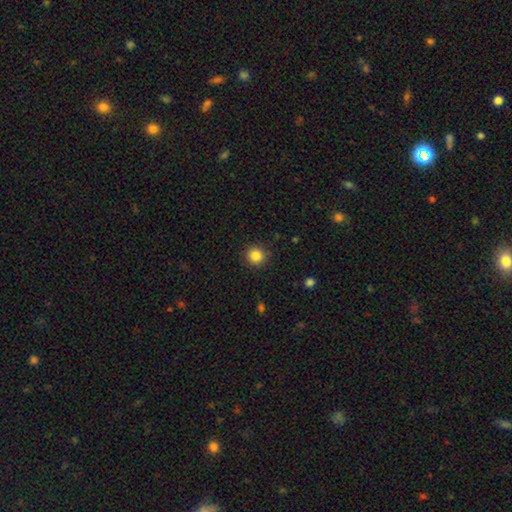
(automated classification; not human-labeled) This appears to be a smooth galaxy with no disk features (85%) that is round (94%). Merging: none (89%).